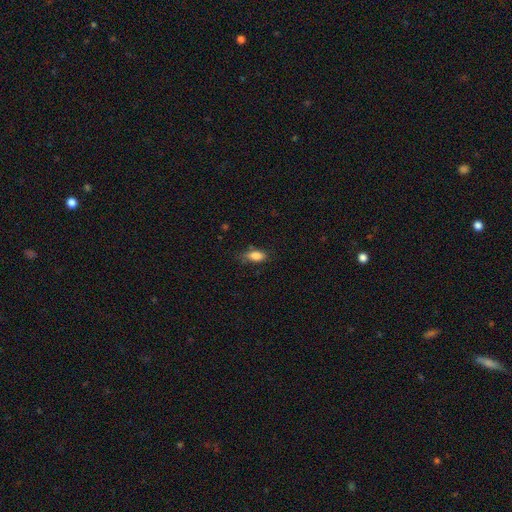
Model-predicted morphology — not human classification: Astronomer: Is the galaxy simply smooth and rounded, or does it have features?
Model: smooth — 84%.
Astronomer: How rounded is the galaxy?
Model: in between — 84%.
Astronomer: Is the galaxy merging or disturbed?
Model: none — 64%.